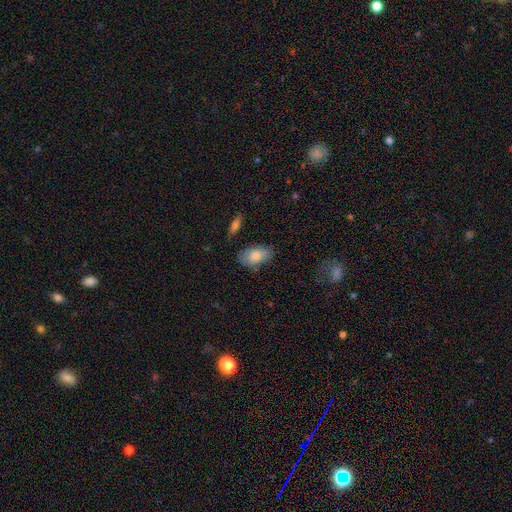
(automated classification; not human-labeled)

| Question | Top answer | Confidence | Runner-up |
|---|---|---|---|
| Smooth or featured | smooth | 76% | featured or disk (17%) |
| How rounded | in between | 91% | round (6%) |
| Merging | none | 70% | minor disturbance (22%) |